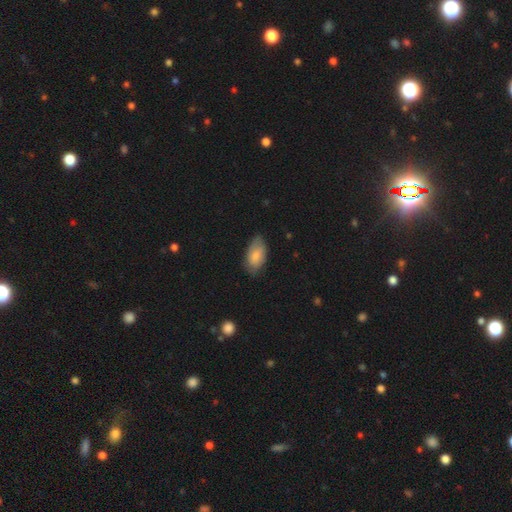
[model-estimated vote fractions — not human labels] smooth-or-featured: smooth: 79% | featured or disk: 15% | star or artifact: 6%
  how-rounded: in between: 94% | cigar-shaped: 3% | round: 3%
  merging: none: 72% | minor disturbance: 23% | major disturbance: 4% | merger: 1%